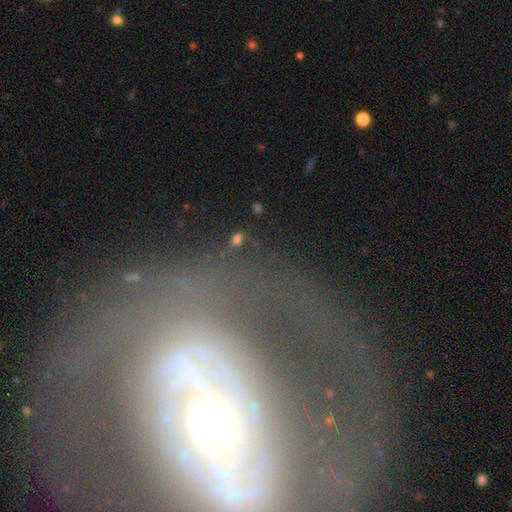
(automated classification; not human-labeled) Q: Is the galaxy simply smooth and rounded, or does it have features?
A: featured or disk — 74%.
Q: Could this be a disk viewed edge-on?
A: no — 92%.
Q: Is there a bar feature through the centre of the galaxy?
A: no — 57%.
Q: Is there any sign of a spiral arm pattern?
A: yes — 66%.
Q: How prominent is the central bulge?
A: moderate — 48%.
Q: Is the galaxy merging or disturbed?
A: none — 50%.